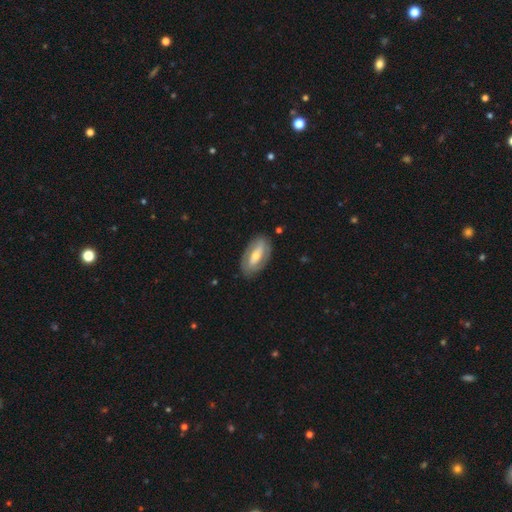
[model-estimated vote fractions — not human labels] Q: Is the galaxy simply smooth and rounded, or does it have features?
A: featured or disk — 62%.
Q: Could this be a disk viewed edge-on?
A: no — 89%.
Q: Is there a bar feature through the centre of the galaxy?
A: strong — 43%.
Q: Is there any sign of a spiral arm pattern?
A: yes — 55%.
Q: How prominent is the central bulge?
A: moderate — 53%.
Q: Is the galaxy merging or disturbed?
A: none — 83%.